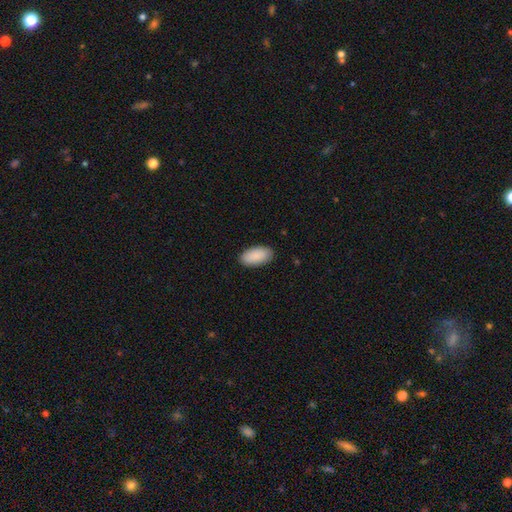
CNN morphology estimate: Q: Smooth or featured?
A: smooth (91%); runner-up: star or artifact (5%)
Q: How rounded?
A: in between (96%); runner-up: cigar-shaped (2%)
Q: Merging?
A: none (89%); runner-up: minor disturbance (9%)